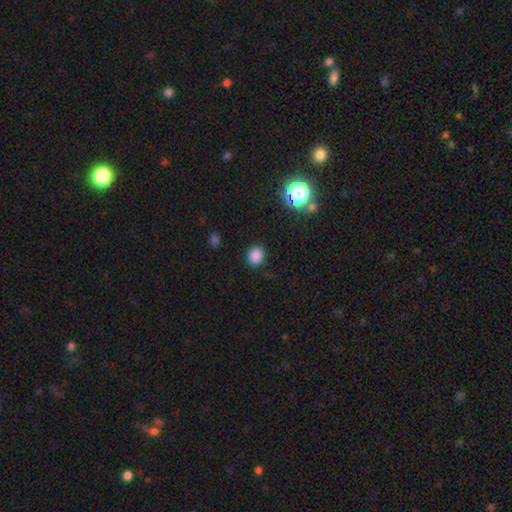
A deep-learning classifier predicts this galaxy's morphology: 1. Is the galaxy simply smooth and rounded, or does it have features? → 82% smooth, 15% star or artifact, 4% featured or disk.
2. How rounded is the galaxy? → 78% round, 21% in between, 1% cigar-shaped.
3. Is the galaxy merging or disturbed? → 86% none, 10% minor disturbance, 3% major disturbance, 2% merger.